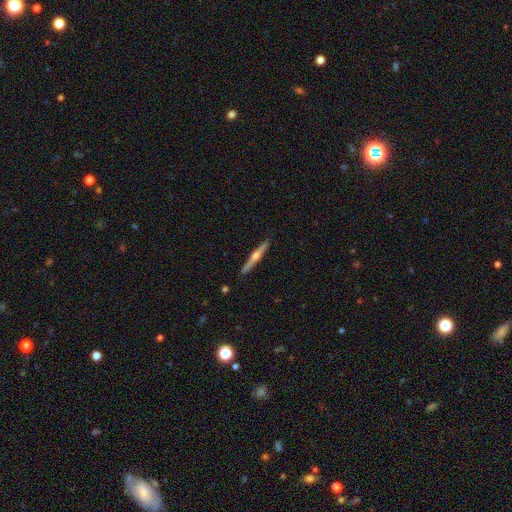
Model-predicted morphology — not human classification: type=featured or disk (71%); edge-on=yes (98%); edge-on bulge=rounded (92%); merging=none (91%).